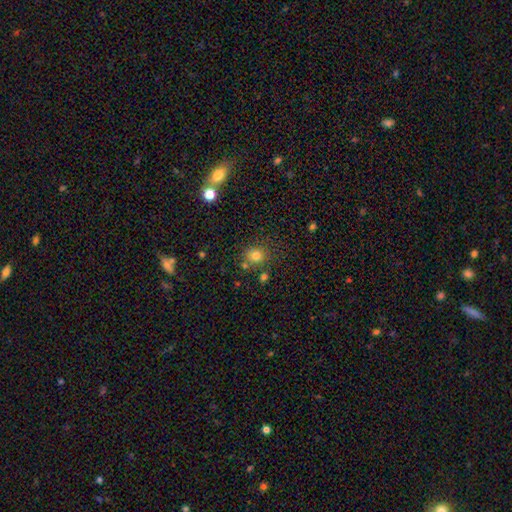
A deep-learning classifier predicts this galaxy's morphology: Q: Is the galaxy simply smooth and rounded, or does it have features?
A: smooth — 78%.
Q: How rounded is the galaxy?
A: round — 84%.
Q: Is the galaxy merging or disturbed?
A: none — 76%.